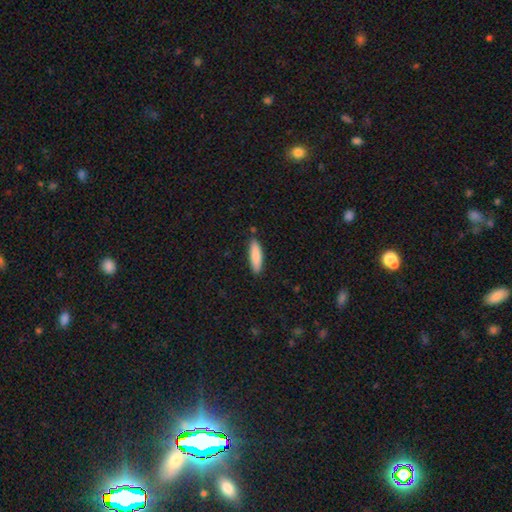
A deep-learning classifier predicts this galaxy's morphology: type=smooth (84%); roundness=cigar-shaped (67%); merging=none (87%).